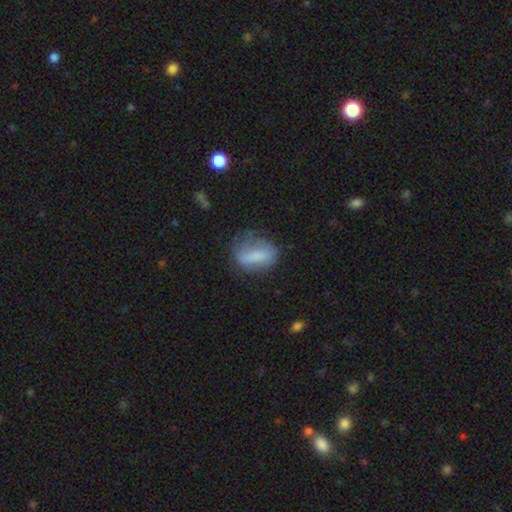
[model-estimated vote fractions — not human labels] A smooth galaxy with no disk features (66%) that is in between round and cigar-shaped (73%).

Vote fractions:
- Smooth or featured? smooth: 66% / featured or disk: 25% / star or artifact: 9%
- How rounded? in between: 73% / round: 15% / cigar-shaped: 12%
- Merging? none: 47% / minor disturbance: 31% / major disturbance: 20% / merger: 3%